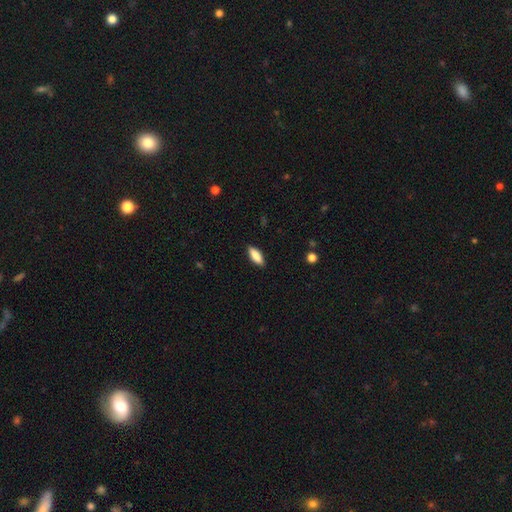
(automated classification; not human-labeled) smooth-or-featured: smooth: 86% | featured or disk: 8% | star or artifact: 6%
  how-rounded: in between: 65% | cigar-shaped: 34% | round: 2%
  merging: none: 89% | minor disturbance: 8% | major disturbance: 2% | merger: 1%